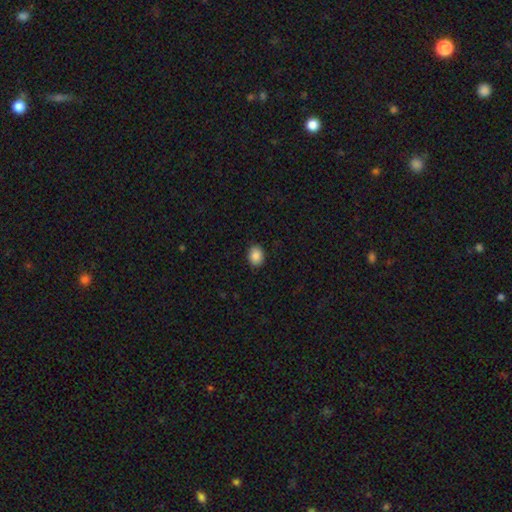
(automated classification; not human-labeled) Smooth or featured?
  - smooth: 88% *
  - star or artifact: 8%
  - featured or disk: 4%
How rounded?
  - in between: 66% *
  - round: 33%
  - cigar-shaped: 1%
Merging?
  - none: 89% *
  - minor disturbance: 8%
  - major disturbance: 2%
  - merger: 1%